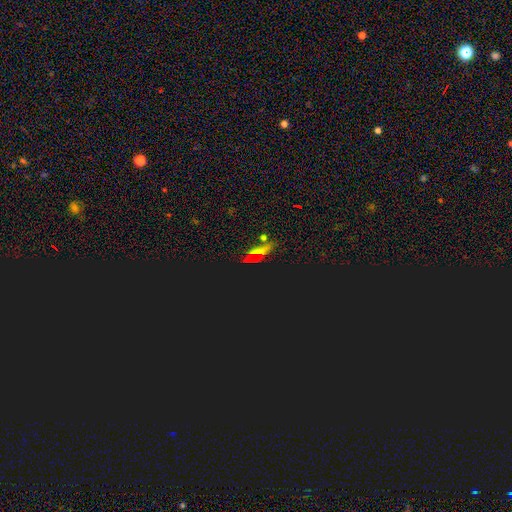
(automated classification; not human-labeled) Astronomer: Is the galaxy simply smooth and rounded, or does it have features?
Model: star or artifact — 52% (runner-up: smooth, 35%).